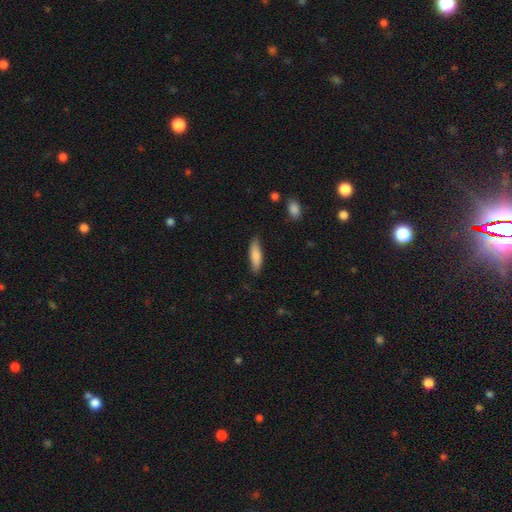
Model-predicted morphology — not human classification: Smooth or featured: smooth — 81% (featured or disk — 13%)
How rounded: cigar-shaped — 60% (in between — 38%)
Merging: none — 81% (minor disturbance — 15%)